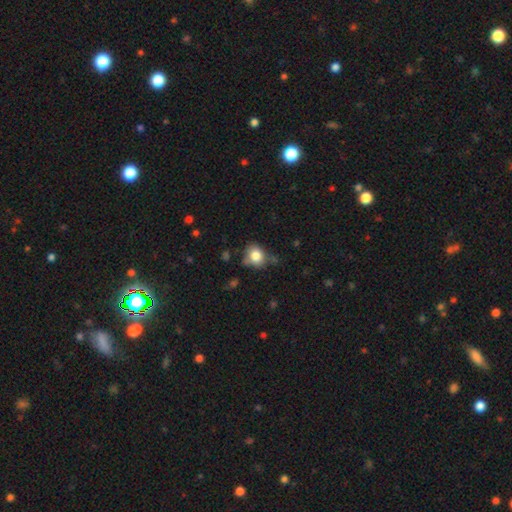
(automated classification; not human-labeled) This is clearly a smooth galaxy (81%). How rounded: likely round (65%). Merging: likely none (62%).